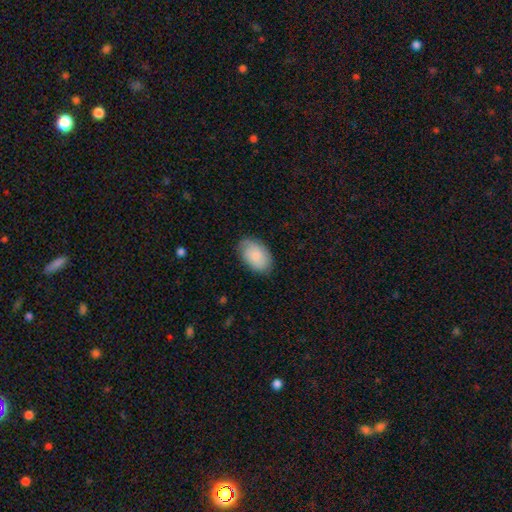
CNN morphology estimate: smooth 82%, featured or disk 12%, star or artifact 6%. Down the decision tree: how rounded — in between (91%); merging — none (81%).